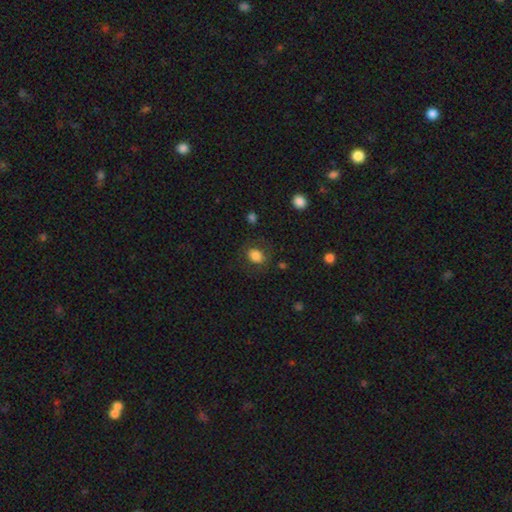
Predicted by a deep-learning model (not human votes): Smooth or featured? Predicted: smooth (p=0.80). How rounded? Predicted: in between (p=0.52). Merging? Predicted: none (p=0.74).